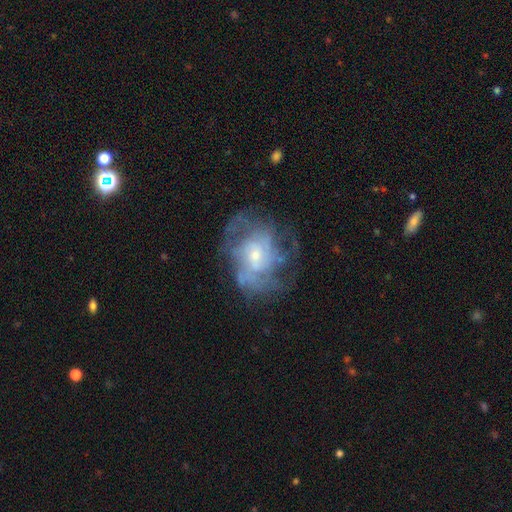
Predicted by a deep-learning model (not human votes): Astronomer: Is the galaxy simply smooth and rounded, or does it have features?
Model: featured or disk — 75%.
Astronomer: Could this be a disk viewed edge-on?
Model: no — 97%.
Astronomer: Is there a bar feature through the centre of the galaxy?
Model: no — 68%.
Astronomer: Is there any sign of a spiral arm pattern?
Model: yes — 72%.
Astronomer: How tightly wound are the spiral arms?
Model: tight — 41% (runner-up: medium, 40%).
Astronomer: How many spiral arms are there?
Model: can't tell — 50%.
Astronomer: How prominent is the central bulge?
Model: small — 61%.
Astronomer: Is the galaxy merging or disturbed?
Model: none — 54%.